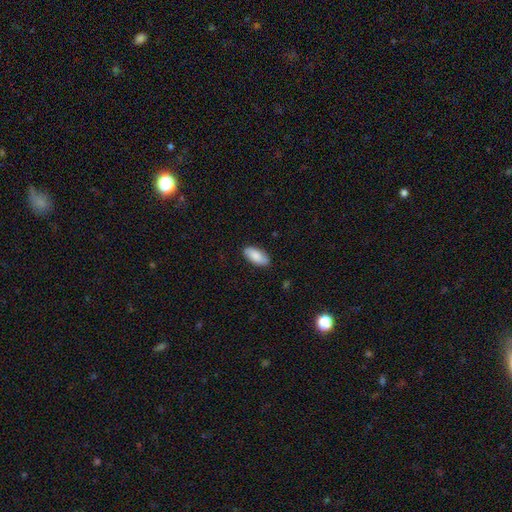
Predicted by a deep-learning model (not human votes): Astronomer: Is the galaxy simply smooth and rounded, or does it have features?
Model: smooth — 82%.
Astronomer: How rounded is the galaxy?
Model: in between — 92%.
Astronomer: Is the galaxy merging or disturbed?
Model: none — 86%.